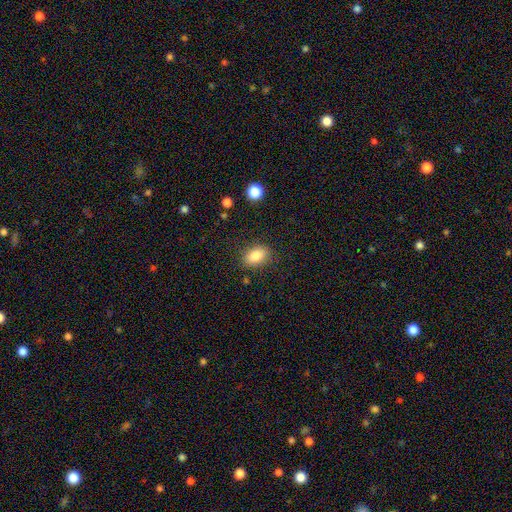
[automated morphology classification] type=smooth (86%); roundness=in between (86%); merging=none (84%).